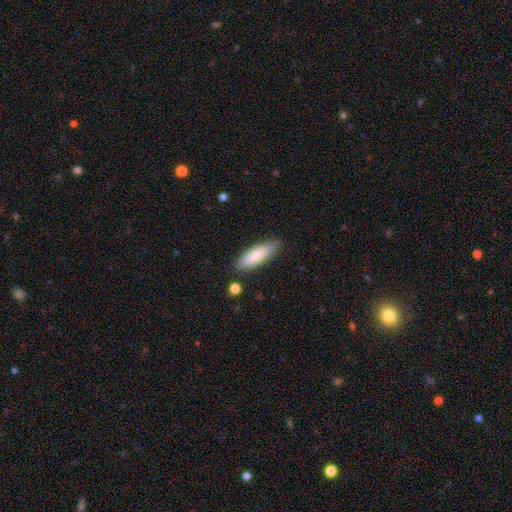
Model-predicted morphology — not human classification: Smooth or featured?
  - smooth: 80% *
  - featured or disk: 15%
  - star or artifact: 6%
How rounded?
  - in between: 57% *
  - cigar-shaped: 42%
  - round: 2%
Merging?
  - none: 83% *
  - minor disturbance: 12%
  - major disturbance: 2%
  - merger: 2%